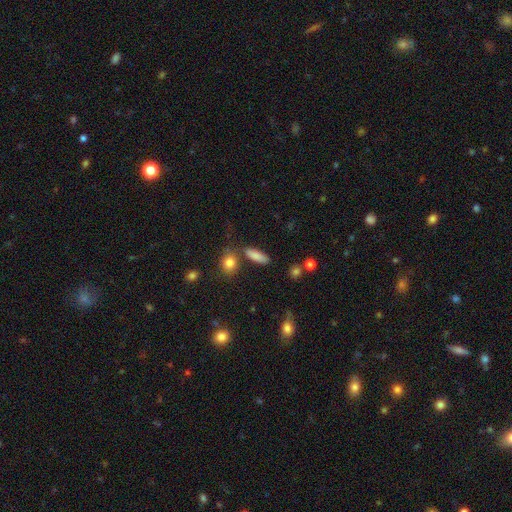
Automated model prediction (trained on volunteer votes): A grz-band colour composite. It shows a smooth galaxy with no disk features (84%) that is in between round and cigar-shaped (55%). Merging: none (77%).